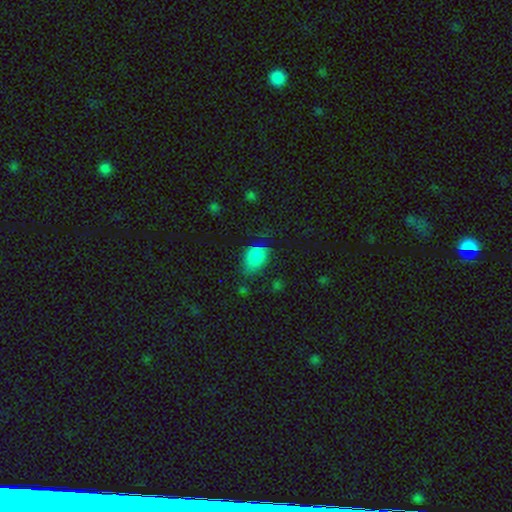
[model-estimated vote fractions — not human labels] A smooth galaxy with no disk features (82%) that is in between round and cigar-shaped (69%).

Vote fractions:
- Smooth or featured? smooth: 82% / star or artifact: 12% / featured or disk: 6%
- How rounded? in between: 69% / round: 30% / cigar-shaped: 1%
- Merging? none: 52% / minor disturbance: 34% / major disturbance: 12% / merger: 3%